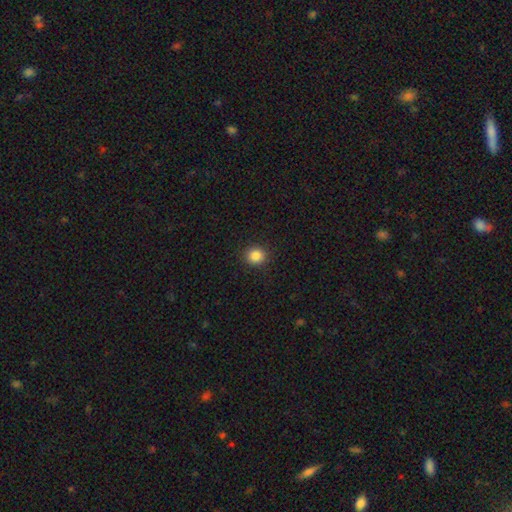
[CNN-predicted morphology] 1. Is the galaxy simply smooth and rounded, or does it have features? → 85% smooth, 11% star or artifact, 4% featured or disk.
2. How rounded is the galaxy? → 85% round, 14% in between, 1% cigar-shaped.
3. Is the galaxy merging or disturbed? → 91% none, 6% minor disturbance, 2% major disturbance, 1% merger.